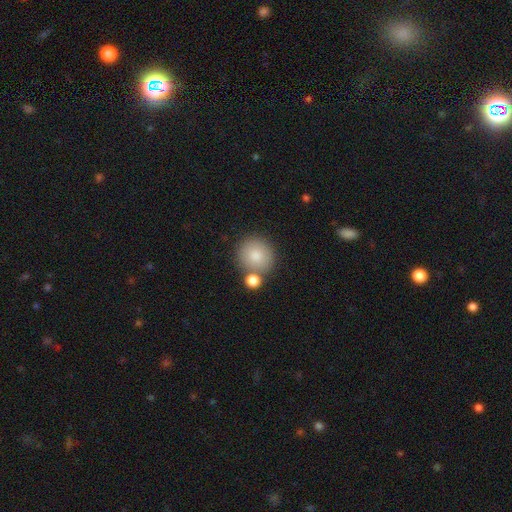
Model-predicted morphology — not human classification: smooth 83%, featured or disk 9%, star or artifact 8%. Down the decision tree: how rounded — round (90%); merging — none (69%).